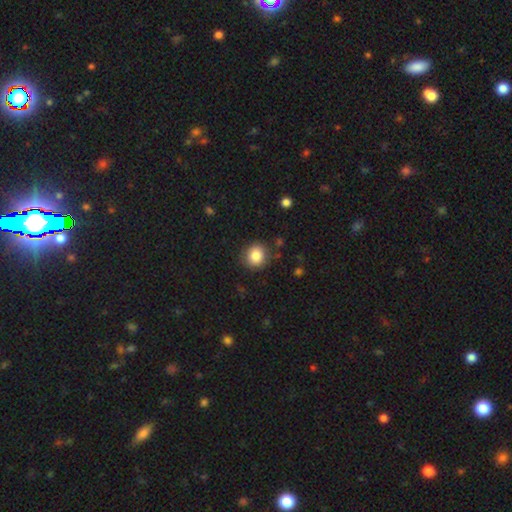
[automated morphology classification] Smooth or featured?
  - smooth: 85% *
  - star or artifact: 10%
  - featured or disk: 6%
How rounded?
  - round: 86% *
  - in between: 13%
  - cigar-shaped: 1%
Merging?
  - none: 86% *
  - minor disturbance: 9%
  - major disturbance: 3%
  - merger: 2%